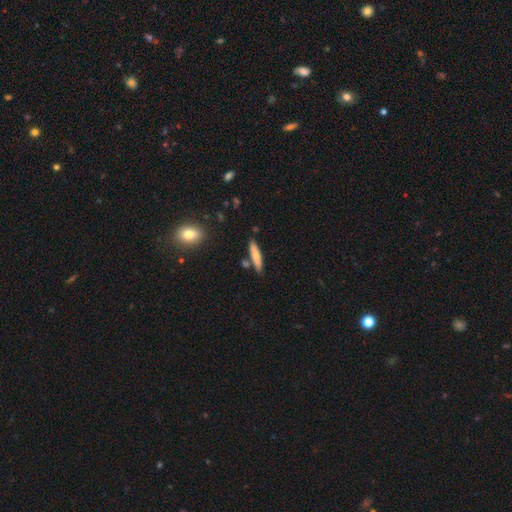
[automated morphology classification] Q: Smooth or featured?
A: smooth (74%); runner-up: featured or disk (19%)
Q: How rounded?
A: cigar-shaped (84%); runner-up: in between (15%)
Q: Merging?
A: none (80%); runner-up: minor disturbance (11%)